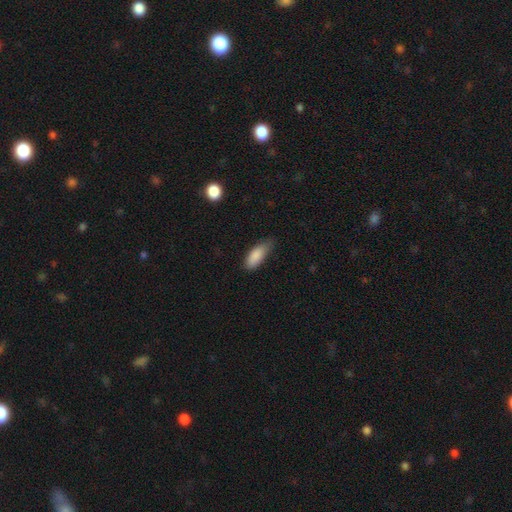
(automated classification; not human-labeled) The model was most divided on "merging": none: 52%, minor disturbance: 39%, major disturbance: 7%, merger: 2%. More confident: smooth or featured — smooth (87%); how rounded — in between (78%).